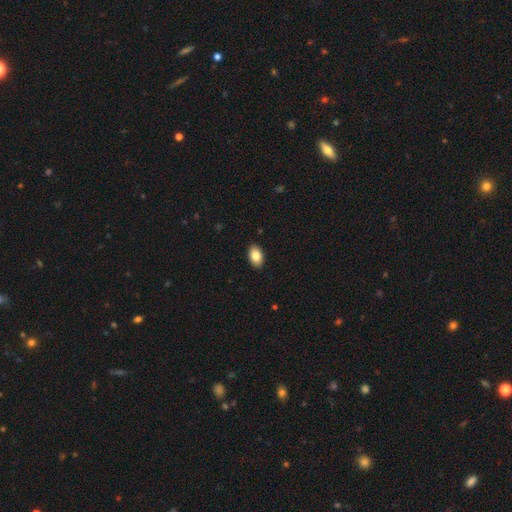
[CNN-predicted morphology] A smooth galaxy with no disk features (84%) that is in between round and cigar-shaped (92%).

Vote fractions:
- Smooth or featured? smooth: 84% / featured or disk: 9% / star or artifact: 7%
- How rounded? in between: 92% / round: 7% / cigar-shaped: 1%
- Merging? none: 90% / minor disturbance: 7% / major disturbance: 2% / merger: 1%